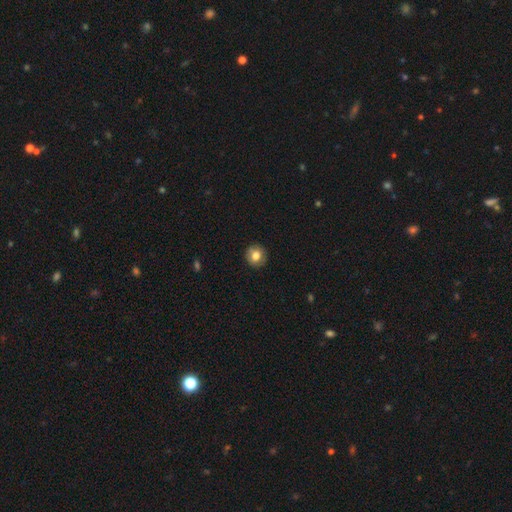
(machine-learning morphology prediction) Q: Smooth or featured?
A: smooth (77%); runner-up: featured or disk (14%)
Q: How rounded?
A: round (89%); runner-up: in between (10%)
Q: Merging?
A: none (89%); runner-up: minor disturbance (8%)